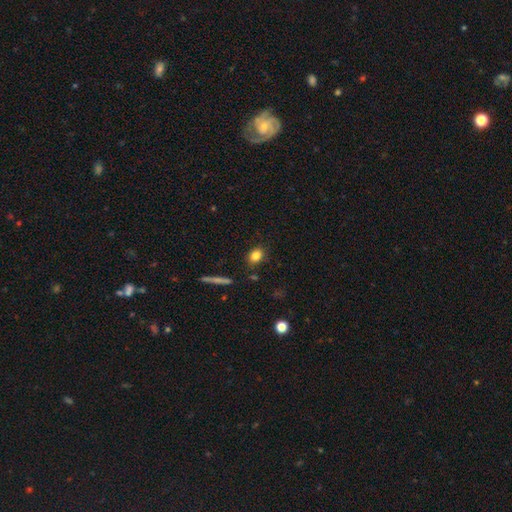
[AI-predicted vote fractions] The model was most divided on "how rounded": in between: 59%, round: 38%, cigar-shaped: 3%. More confident: merging — none (85%); smooth or featured — smooth (83%).